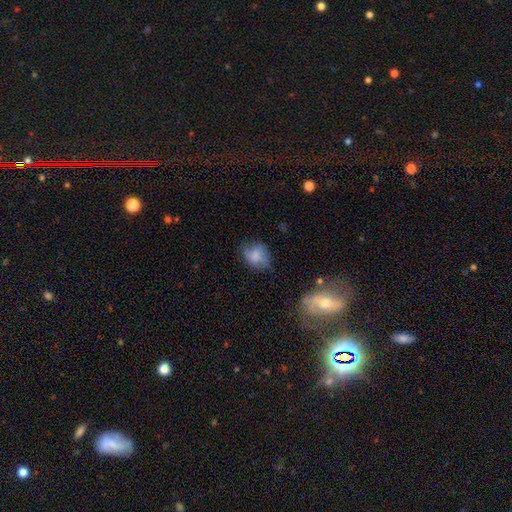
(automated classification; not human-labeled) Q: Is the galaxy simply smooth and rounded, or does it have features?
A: smooth — 70%.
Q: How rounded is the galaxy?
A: round — 50%.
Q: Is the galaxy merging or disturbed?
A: none — 55%.